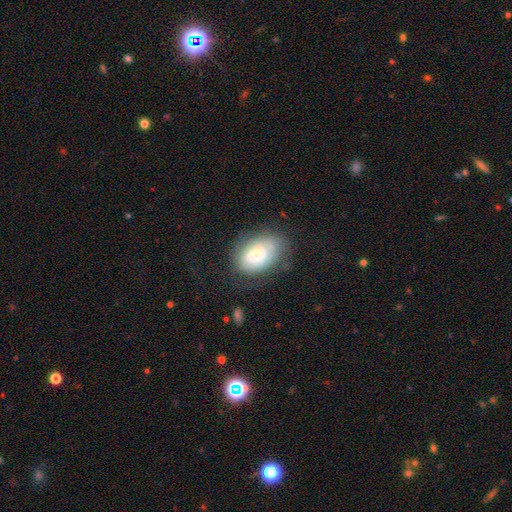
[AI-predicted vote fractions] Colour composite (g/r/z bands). It shows a smooth galaxy with no disk features (58%) that is in between round and cigar-shaped (87%). Merging: none (64%).